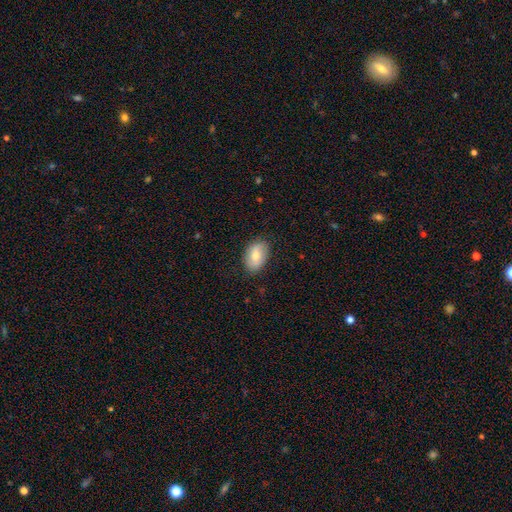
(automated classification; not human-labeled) smooth_or_featured: smooth (p=0.76) [alt: featured or disk p=0.18]
how_rounded: in between (p=0.89) [alt: round p=0.10]
merging: none (p=0.83) [alt: minor disturbance p=0.13]